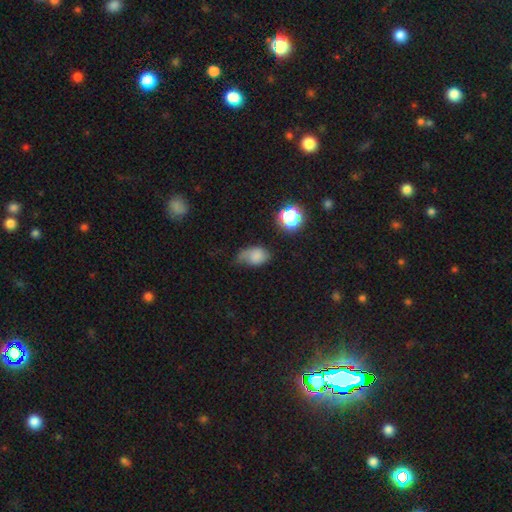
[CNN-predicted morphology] smooth 70%, featured or disk 17%, star or artifact 13%. Down the decision tree: how rounded — in between (77%); merging — minor disturbance (41%).